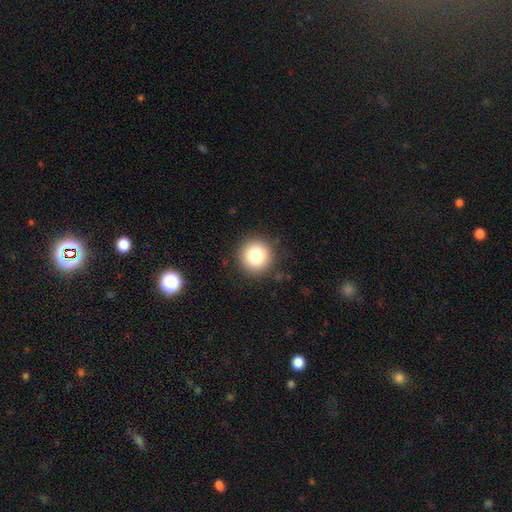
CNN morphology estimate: smooth 81%, star or artifact 11%, featured or disk 8%. Down the decision tree: how rounded — round (95%); merging — none (89%).